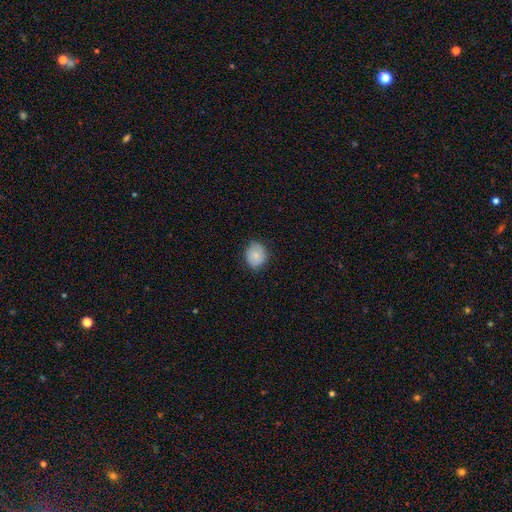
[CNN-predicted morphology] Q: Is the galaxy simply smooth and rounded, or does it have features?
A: smooth — 82%.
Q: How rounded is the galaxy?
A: round — 65%.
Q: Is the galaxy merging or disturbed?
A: none — 76%.